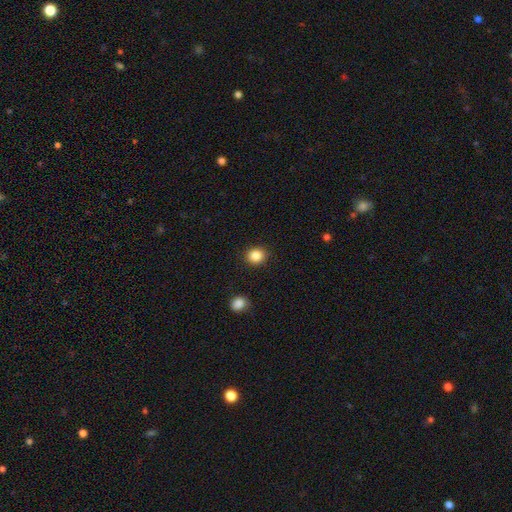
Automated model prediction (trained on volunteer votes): Smooth or featured?
  - smooth: 87% *
  - star or artifact: 10%
  - featured or disk: 3%
How rounded?
  - round: 81% *
  - in between: 18%
  - cigar-shaped: 1%
Merging?
  - none: 90% *
  - minor disturbance: 6%
  - major disturbance: 2%
  - merger: 2%